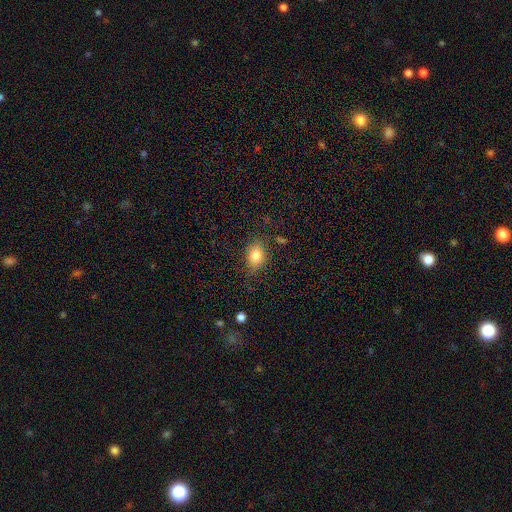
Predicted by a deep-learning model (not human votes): Q: Smooth or featured?
A: smooth (81%); runner-up: star or artifact (10%)
Q: How rounded?
A: in between (69%); runner-up: round (30%)
Q: Merging?
A: none (76%); runner-up: minor disturbance (17%)